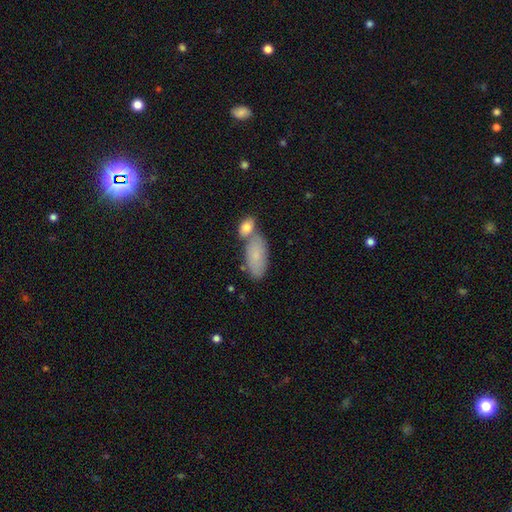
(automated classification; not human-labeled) smooth 76%, featured or disk 17%, star or artifact 6%. Down the decision tree: how rounded — in between (88%); merging — none (46%).